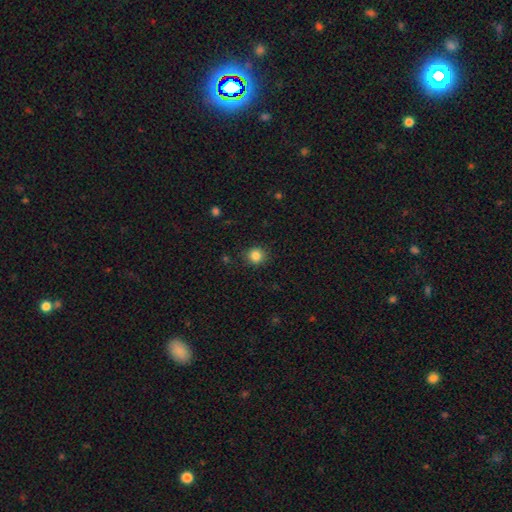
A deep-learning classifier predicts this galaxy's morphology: type=smooth (85%); roundness=round (89%); merging=none (87%).